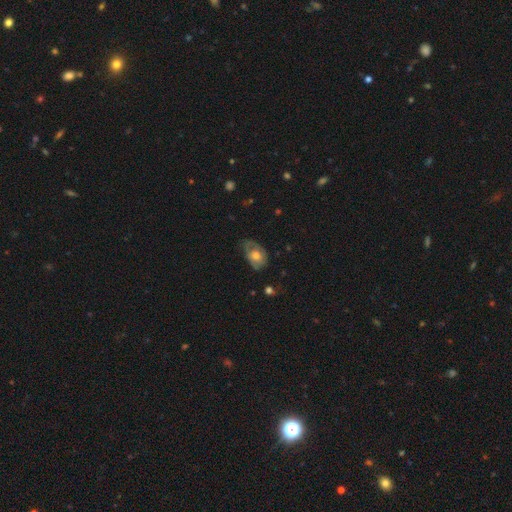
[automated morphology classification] type=smooth (48%); merging=none (45%).